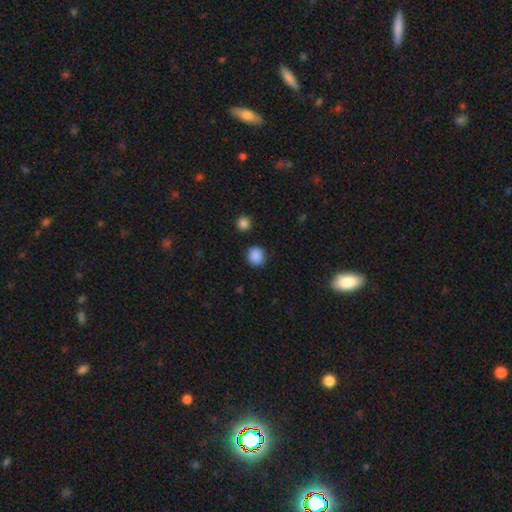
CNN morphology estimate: Smooth or featured? Predicted: smooth (p=0.88). How rounded? Predicted: round (p=0.85). Merging? Predicted: none (p=0.87).